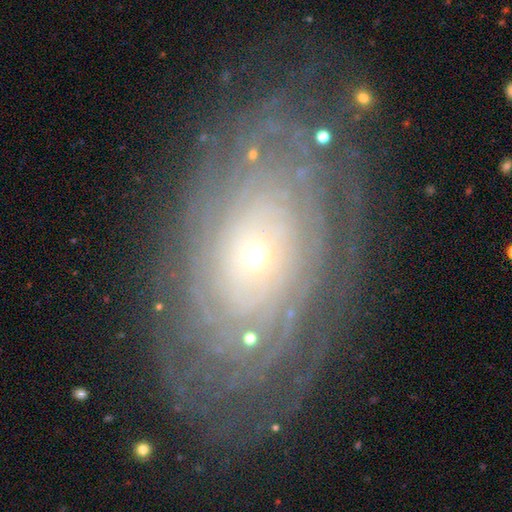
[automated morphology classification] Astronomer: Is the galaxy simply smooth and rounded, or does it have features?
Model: featured or disk — 75%.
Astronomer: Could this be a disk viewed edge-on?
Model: no — 94%.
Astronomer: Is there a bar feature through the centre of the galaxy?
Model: no — 88%.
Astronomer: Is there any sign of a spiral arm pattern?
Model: yes — 79%.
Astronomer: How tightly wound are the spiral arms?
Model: tight — 83%.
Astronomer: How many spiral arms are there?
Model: can't tell — 49%.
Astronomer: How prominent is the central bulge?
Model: small — 78%.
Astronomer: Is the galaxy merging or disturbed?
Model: none — 78%.